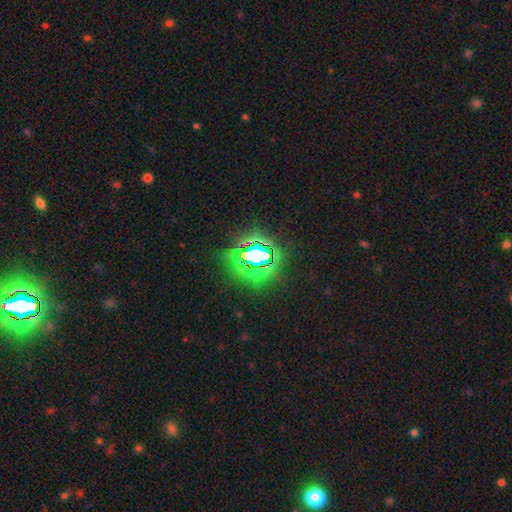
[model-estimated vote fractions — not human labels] This is likely a star or artifact rather than a galaxy (74%).